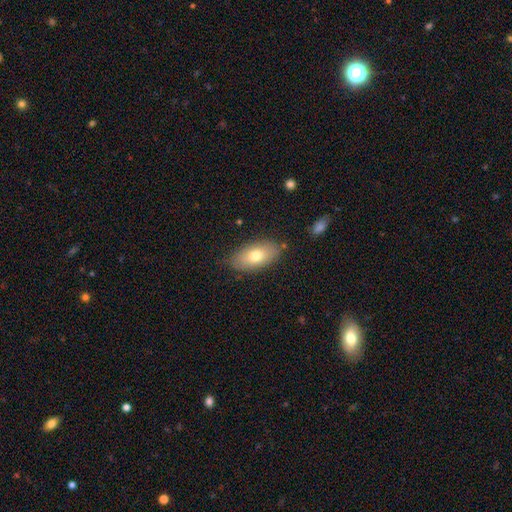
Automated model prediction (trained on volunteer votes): This appears to be a smooth galaxy with no disk features (73%) that is in between round and cigar-shaped (92%). Merging: none (83%).